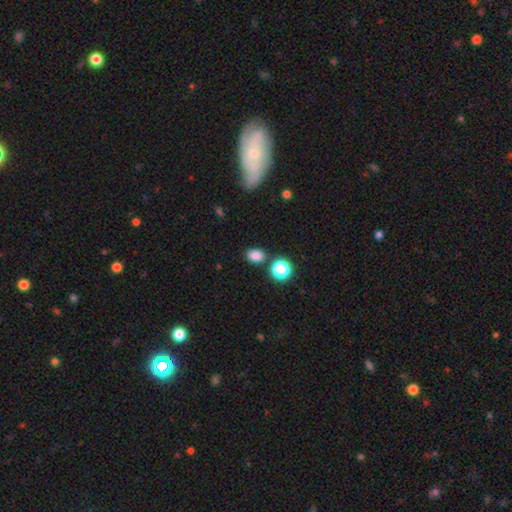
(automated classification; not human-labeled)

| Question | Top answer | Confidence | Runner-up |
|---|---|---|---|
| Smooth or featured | smooth | 83% | star or artifact (13%) |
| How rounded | in between | 65% | round (34%) |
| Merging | none | 82% | minor disturbance (10%) |